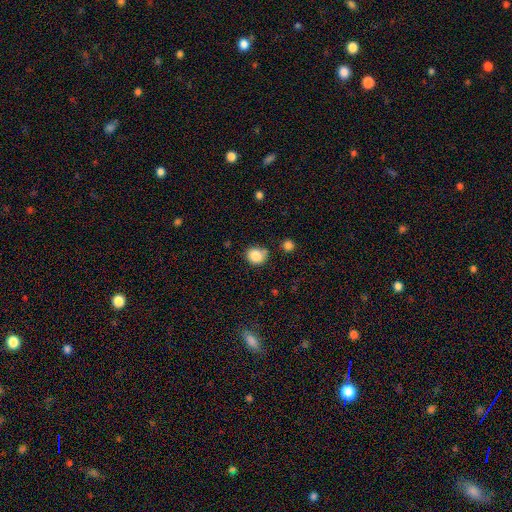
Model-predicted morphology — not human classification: Overall: smooth (85%). How rounded: round (73%). Merging: none (65%).